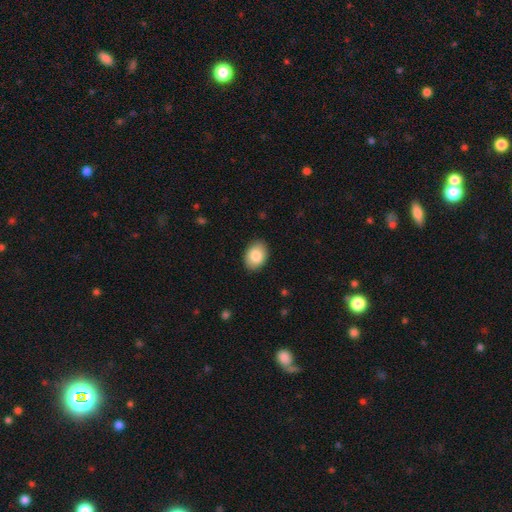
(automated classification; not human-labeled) This is clearly a smooth galaxy (86%). How rounded: clearly in between (80%). Merging: clearly none (87%).